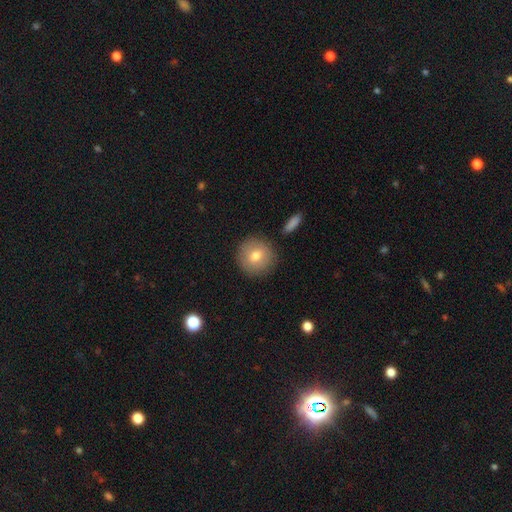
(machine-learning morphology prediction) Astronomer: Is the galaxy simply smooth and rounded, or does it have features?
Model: smooth — 76%.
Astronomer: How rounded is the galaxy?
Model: round — 93%.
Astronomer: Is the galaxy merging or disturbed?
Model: none — 86%.